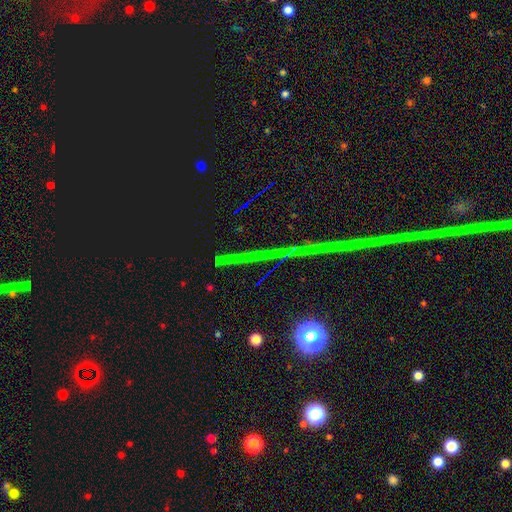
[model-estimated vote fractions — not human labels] smooth-or-featured: star or artifact: 82% | featured or disk: 10% | smooth: 8%